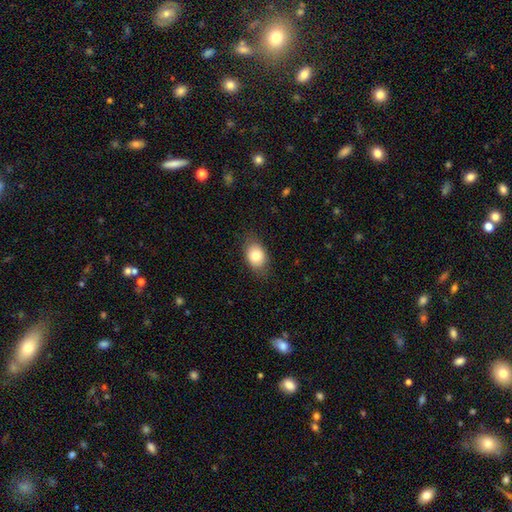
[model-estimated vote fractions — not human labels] A smooth galaxy with no disk features (80%) that is in between round and cigar-shaped (74%).

Vote fractions:
- Smooth or featured? smooth: 80% / featured or disk: 12% / star or artifact: 8%
- How rounded? in between: 74% / round: 25% / cigar-shaped: 1%
- Merging? none: 80% / minor disturbance: 15% / major disturbance: 4% / merger: 1%